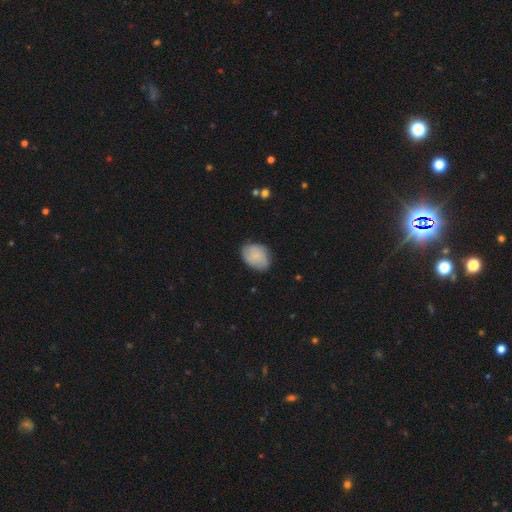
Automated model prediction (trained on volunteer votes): Morphology: type=smooth (63%); roundness=in between (72%); merging=none (75%).